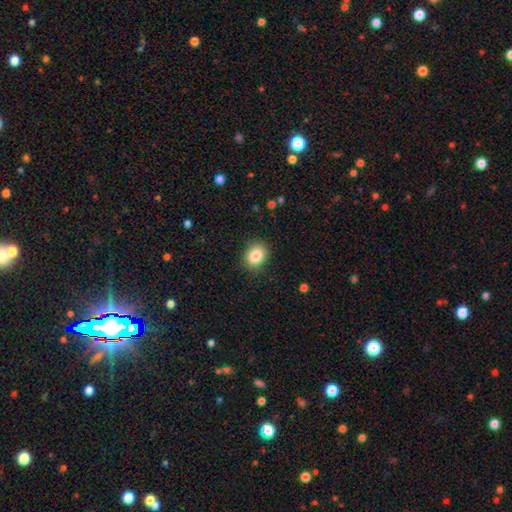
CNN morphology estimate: Overall: smooth (84%). How rounded: round (55%; in between 44%). Merging: none (86%).